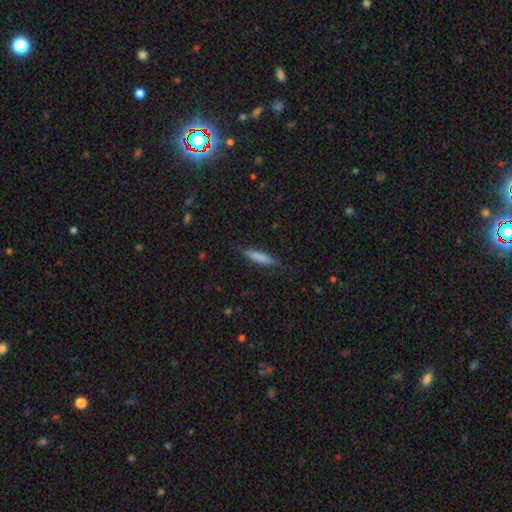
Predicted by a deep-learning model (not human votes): A smooth galaxy with no disk features (72%) that is cigar-shaped (88%). Merging: none (85%).